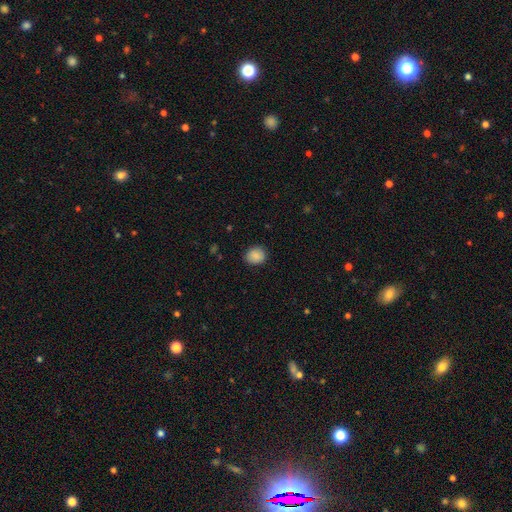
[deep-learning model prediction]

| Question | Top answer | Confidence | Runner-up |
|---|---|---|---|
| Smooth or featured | smooth | 88% | star or artifact (8%) |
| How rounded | round | 68% | in between (31%) |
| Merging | none | 85% | minor disturbance (11%) |